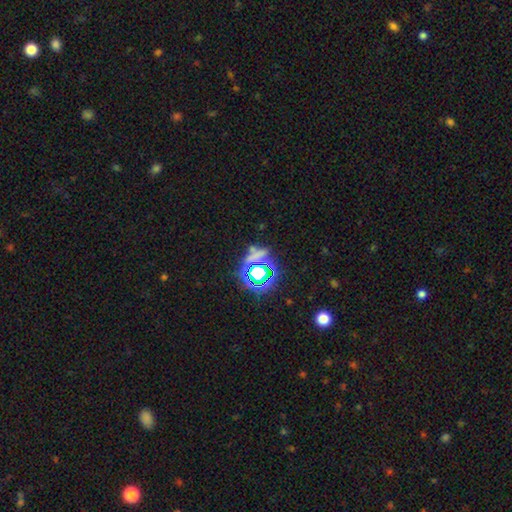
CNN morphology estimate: This is possibly a star or artifact rather than a galaxy (60%).